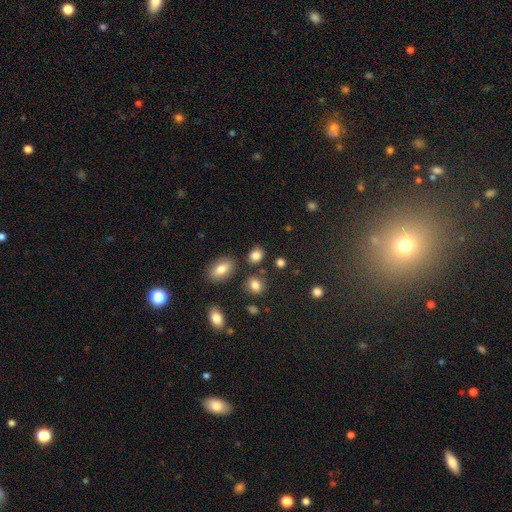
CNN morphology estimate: This is clearly a smooth galaxy (84%). How rounded: possibly in between (51%). Merging: likely none (77%).